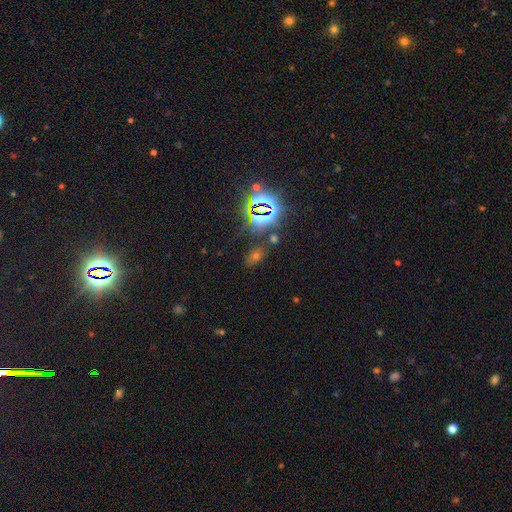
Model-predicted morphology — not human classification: Smooth or featured? star or artifact (58%)